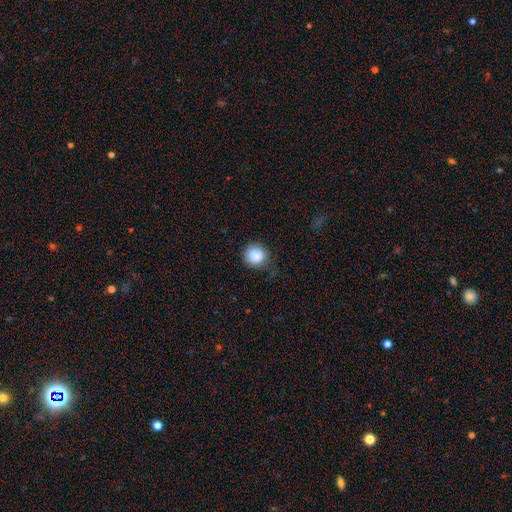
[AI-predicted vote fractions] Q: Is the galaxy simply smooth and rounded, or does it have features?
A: smooth — 87%.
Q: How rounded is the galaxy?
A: round — 90%.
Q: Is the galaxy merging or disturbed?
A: none — 66%.